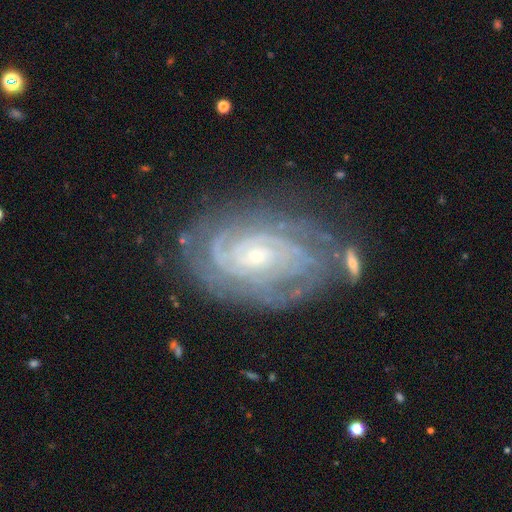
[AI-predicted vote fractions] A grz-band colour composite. It shows a featured or disk galaxy (88%) with no bar (65%), tight (80%) spiral arms (97%) and a small central bulge (72%). Merging: none (70%).